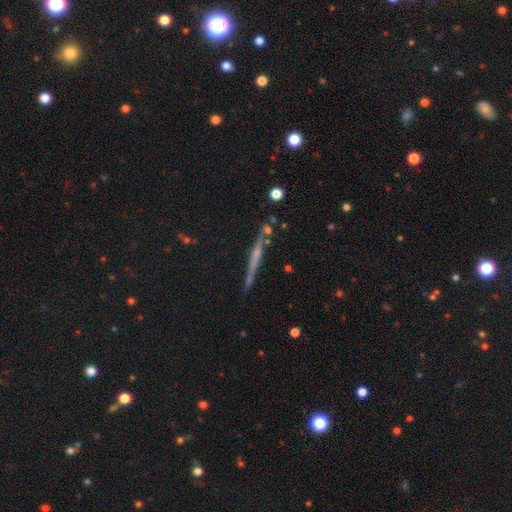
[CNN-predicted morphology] smooth_or_featured: featured or disk (p=0.61) [alt: smooth p=0.30]
disk_edge_on: yes (p=0.96) [alt: no p=0.04]
edge_on_bulge: none (p=0.63) [alt: rounded p=0.25]
merging: none (p=0.79) [alt: minor disturbance p=0.13]